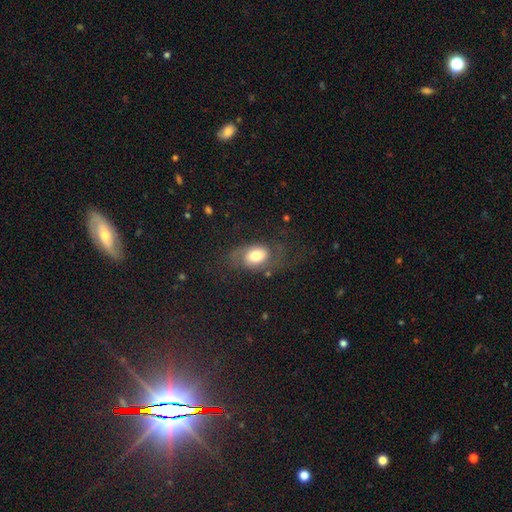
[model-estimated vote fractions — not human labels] smooth 57%, featured or disk 34%, star or artifact 9%. Down the decision tree: how rounded — in between (78%); merging — none (51%).